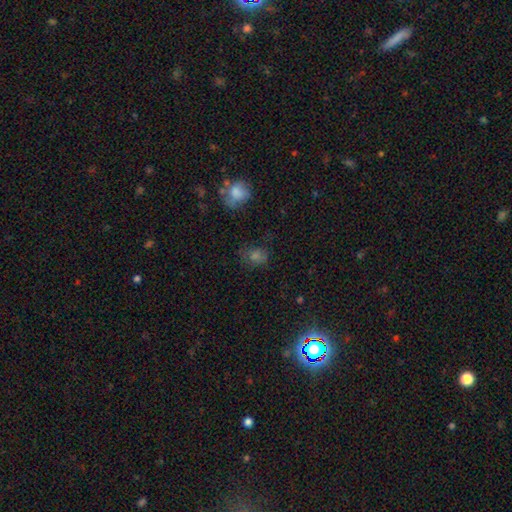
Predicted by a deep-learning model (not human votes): This appears to be a smooth galaxy with no disk features (58%) that is round (66%). Merging: none (71%).